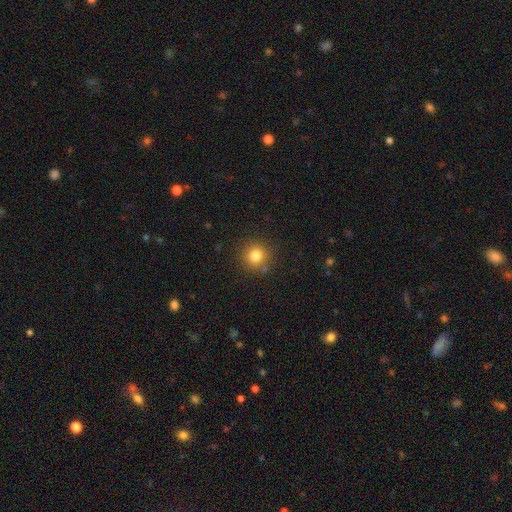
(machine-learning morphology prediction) This appears to be a smooth galaxy with no disk features (80%) that is round (93%). Merging: none (86%).